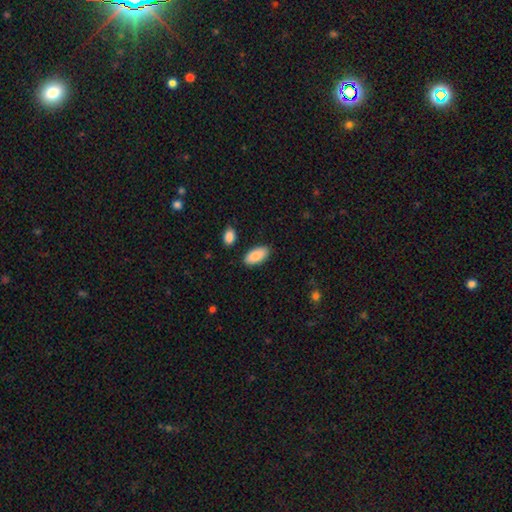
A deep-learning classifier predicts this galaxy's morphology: Smooth or featured? Predicted: smooth (p=0.89). How rounded? Predicted: in between (p=0.92). Merging? Predicted: none (p=0.86).